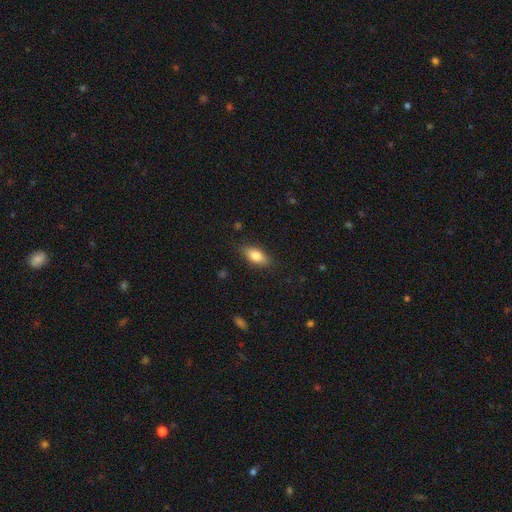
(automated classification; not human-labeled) A smooth galaxy with no disk features (79%) that is in between round and cigar-shaped (84%). Merging: none (84%).